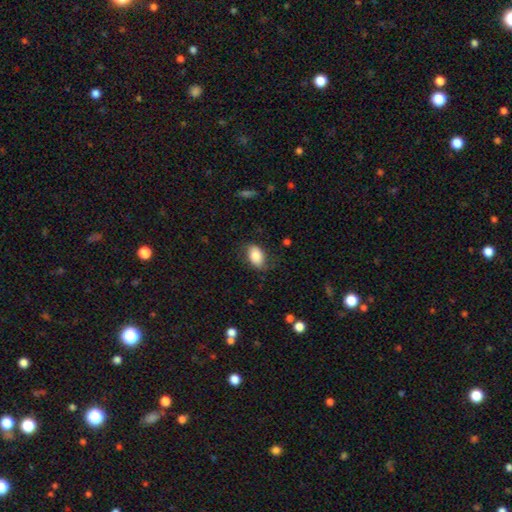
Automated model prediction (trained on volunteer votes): Smooth or featured? smooth (81%)
How rounded? in between (89%)
Merging? none (74%)